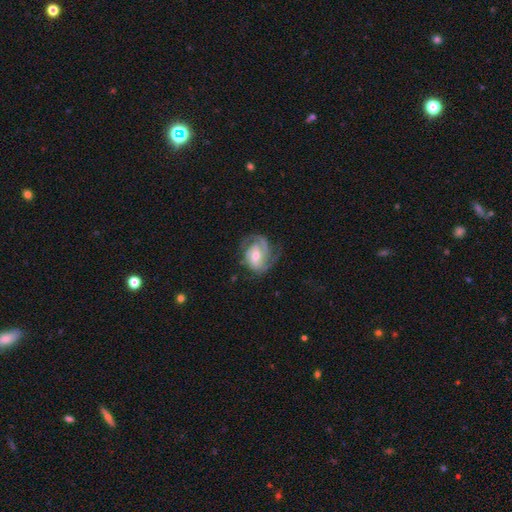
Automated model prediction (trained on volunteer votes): Smooth or featured? Predicted: featured or disk (p=0.82). Edge-on disk? Predicted: no (p=0.97). Bar? Predicted: no (p=0.44). Spiral arms? Predicted: yes (p=0.94). Spiral winding? Predicted: tight (p=0.48). Spiral arm count? Predicted: 2 (p=0.37). Bulge size? Predicted: moderate (p=0.60). Merging? Predicted: none (p=0.59).